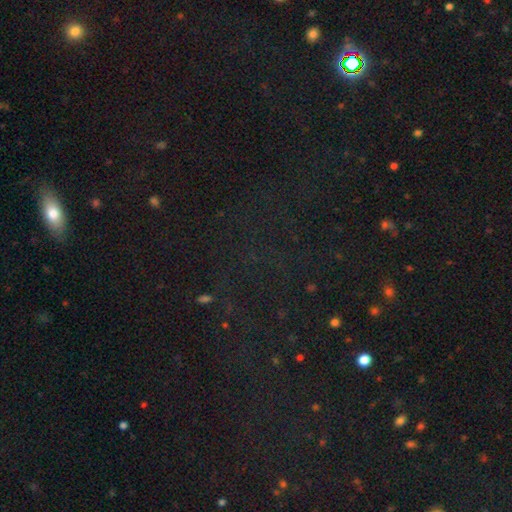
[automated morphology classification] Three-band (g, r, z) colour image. It shows a star or artifact, not a galaxy (64%).